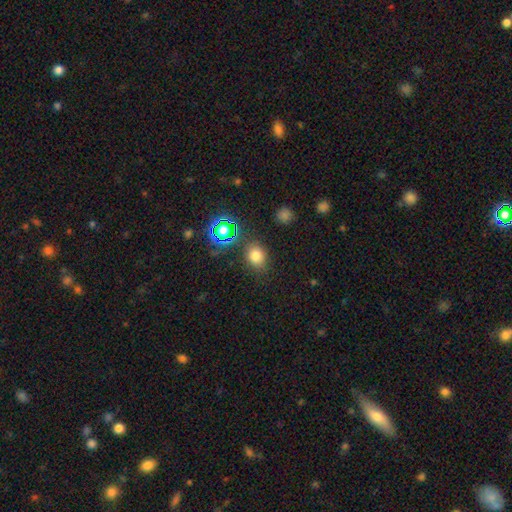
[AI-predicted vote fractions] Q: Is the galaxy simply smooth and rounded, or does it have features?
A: smooth — 73%.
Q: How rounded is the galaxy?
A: round — 56%.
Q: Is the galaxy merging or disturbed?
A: none — 81%.